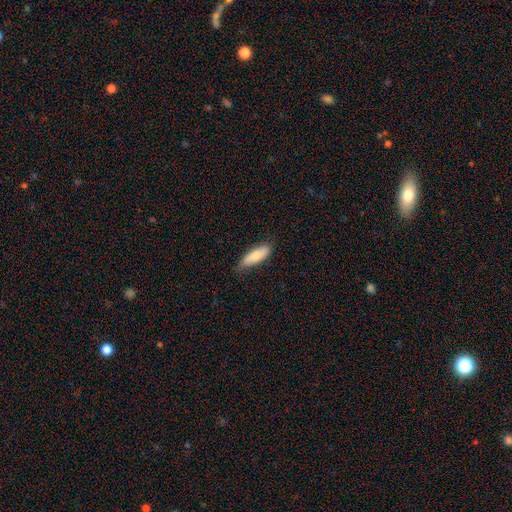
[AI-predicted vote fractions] Smooth or featured? Predicted: smooth (p=0.75). How rounded? Predicted: in between (p=0.57). Merging? Predicted: none (p=0.74).